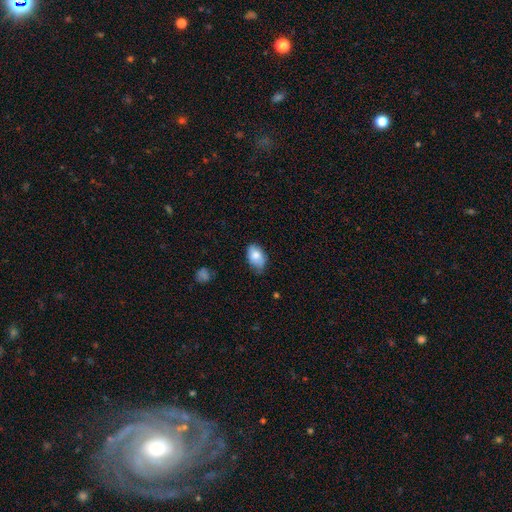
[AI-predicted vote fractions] Smooth or featured? Predicted: smooth (p=0.78). How rounded? Predicted: in between (p=0.90). Merging? Predicted: none (p=0.65).